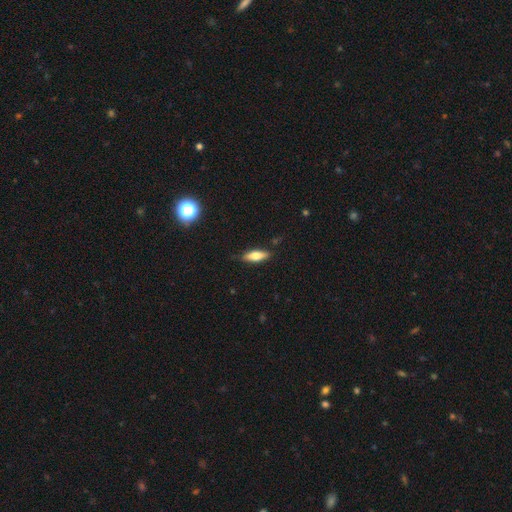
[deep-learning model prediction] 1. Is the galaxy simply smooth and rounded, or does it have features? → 69% smooth, 24% featured or disk, 7% star or artifact.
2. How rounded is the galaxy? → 59% in between, 38% cigar-shaped, 2% round.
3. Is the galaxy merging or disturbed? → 82% none, 14% minor disturbance, 3% major disturbance, 1% merger.